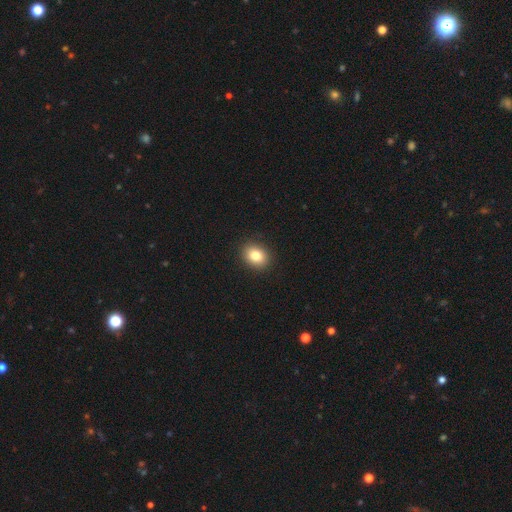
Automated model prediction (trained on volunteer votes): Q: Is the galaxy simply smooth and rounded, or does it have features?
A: smooth — 82%.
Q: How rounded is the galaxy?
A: in between — 50%.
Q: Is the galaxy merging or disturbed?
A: none — 90%.